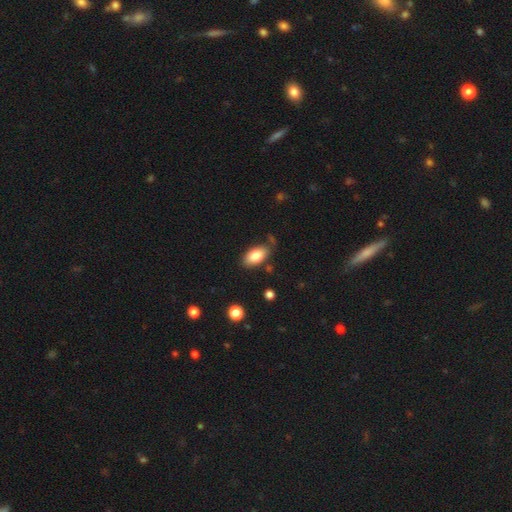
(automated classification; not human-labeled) This appears to be a smooth galaxy with no disk features (81%) that is in between round and cigar-shaped (93%). Merging: none (76%).